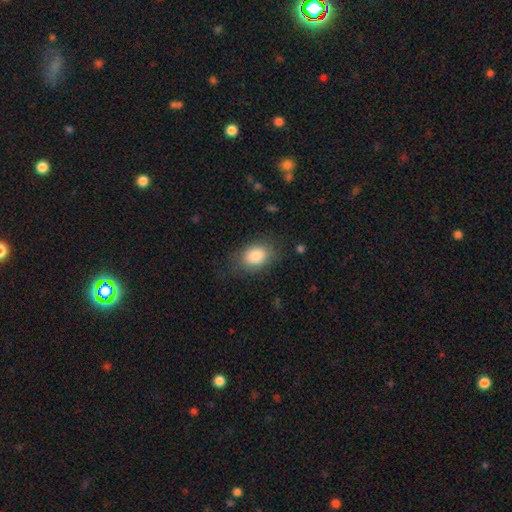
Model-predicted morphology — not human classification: Smooth or featured?
  - smooth: 86% *
  - featured or disk: 7%
  - star or artifact: 7%
How rounded?
  - in between: 81% *
  - round: 17%
  - cigar-shaped: 1%
Merging?
  - none: 72% *
  - minor disturbance: 18%
  - major disturbance: 9%
  - merger: 1%